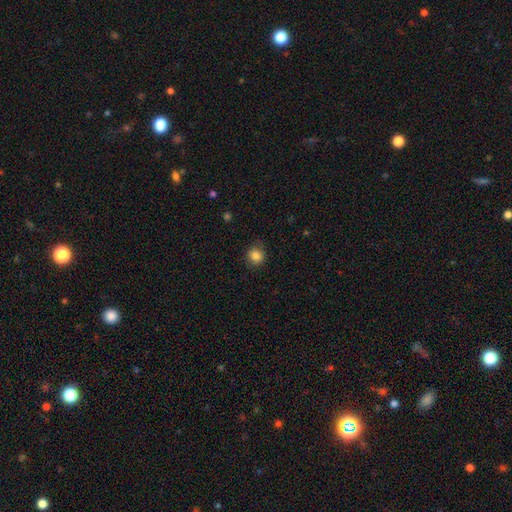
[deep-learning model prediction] A smooth galaxy with no disk features (85%) that is round (87%). Merging: none (83%).